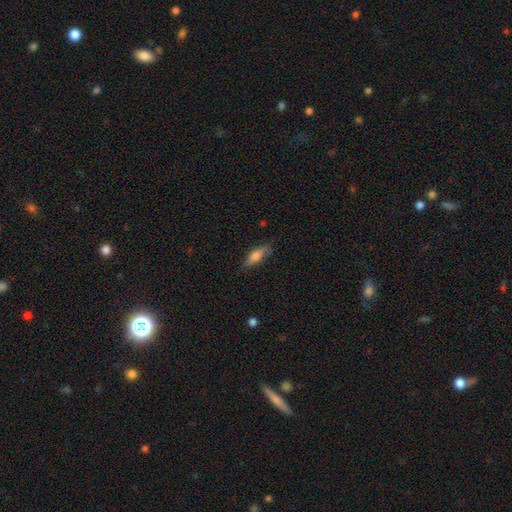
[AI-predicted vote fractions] smooth_or_featured: smooth (p=0.70) [alt: featured or disk p=0.23]
how_rounded: in between (p=0.56) [alt: cigar-shaped p=0.41]
merging: none (p=0.74) [alt: minor disturbance p=0.20]